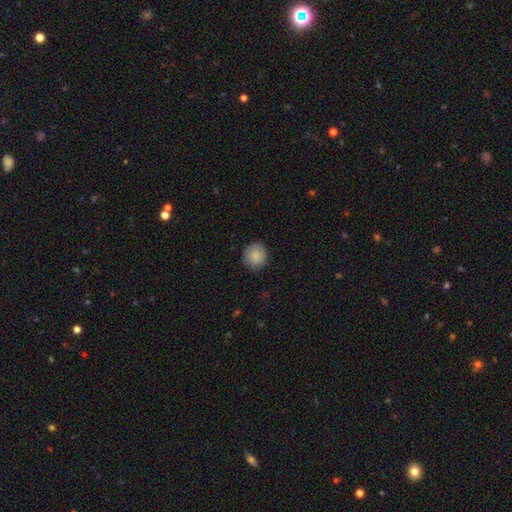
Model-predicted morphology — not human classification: Overall: smooth (85%). How rounded: round (89%). Merging: none (86%).